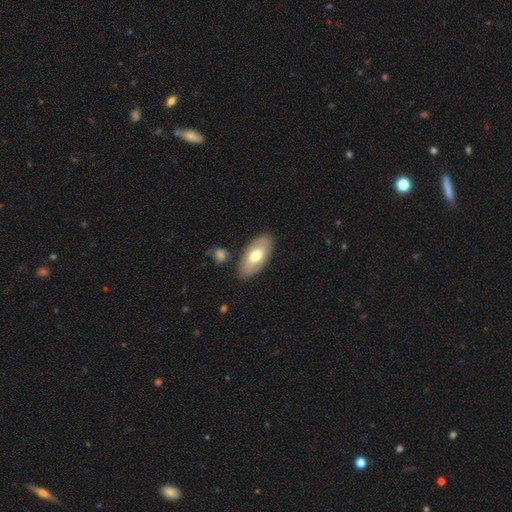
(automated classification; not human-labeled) A smooth galaxy with no disk features (64%) that is in between round and cigar-shaped (92%). Merging: none (83%).